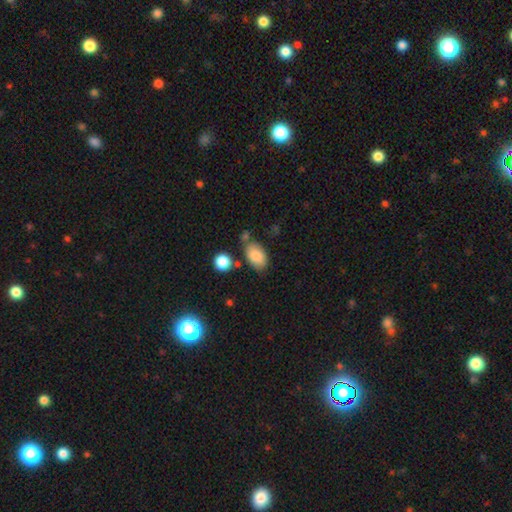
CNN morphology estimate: Q: Smooth or featured?
A: smooth (84%); runner-up: featured or disk (8%)
Q: How rounded?
A: in between (90%); runner-up: round (8%)
Q: Merging?
A: none (67%); runner-up: minor disturbance (17%)